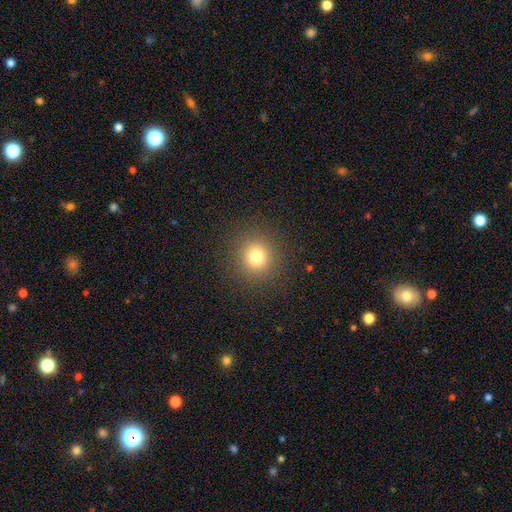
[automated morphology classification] A smooth galaxy with no disk features (77%) that is round (92%). Merging: none (91%).